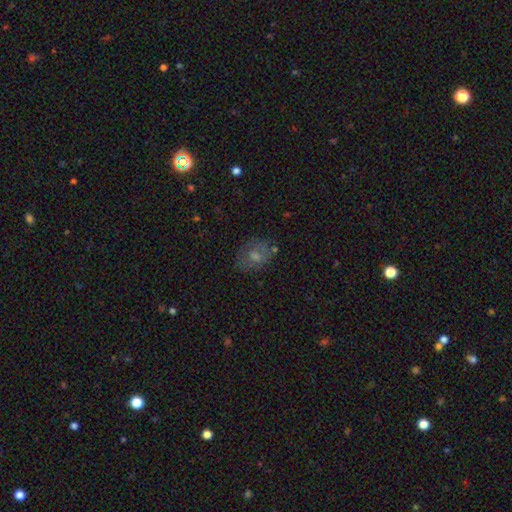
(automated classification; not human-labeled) Morphology: type=smooth (59%); roundness=in between (67%); merging=none (64%).